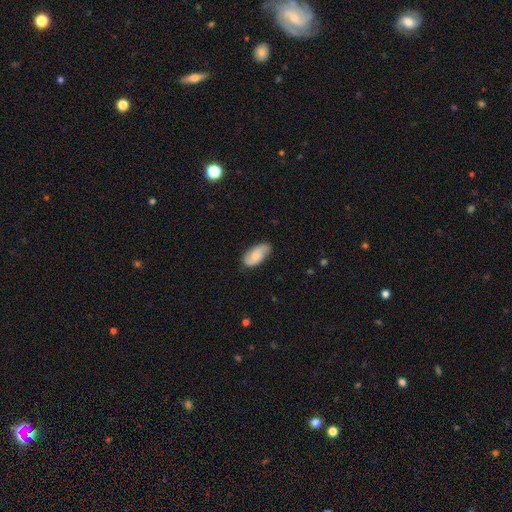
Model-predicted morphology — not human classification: The model was most divided on "smooth or featured": smooth: 50%, featured or disk: 43%, star or artifact: 7%. More confident: how rounded — in between (92%); merging — none (76%).